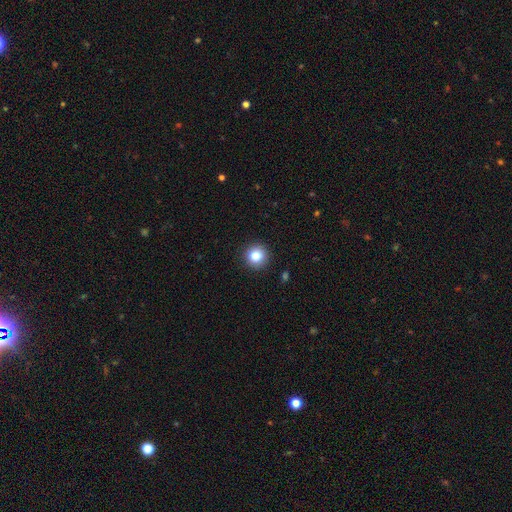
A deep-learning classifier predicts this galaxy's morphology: Smooth or featured?
  - smooth: 84% *
  - star or artifact: 10%
  - featured or disk: 6%
How rounded?
  - round: 94% *
  - in between: 5%
  - cigar-shaped: 1%
Merging?
  - none: 92% *
  - minor disturbance: 5%
  - major disturbance: 2%
  - merger: 1%